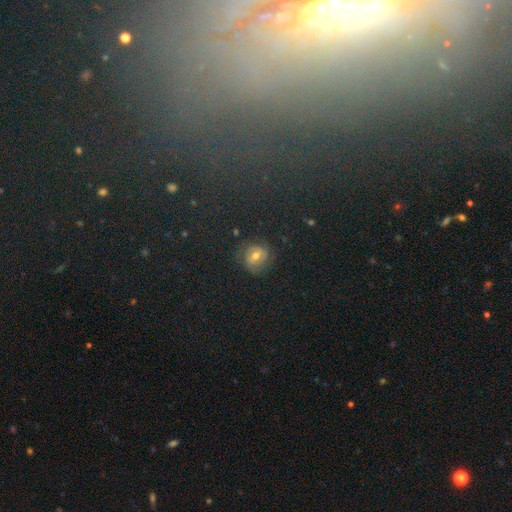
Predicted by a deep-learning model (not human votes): Morphology: type=featured or disk (39%); merging=none (77%).